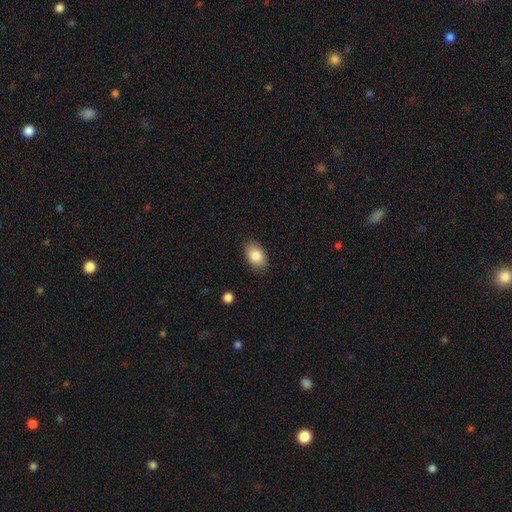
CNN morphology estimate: Smooth or featured: smooth — 85% (featured or disk — 8%)
How rounded: in between — 88% (round — 11%)
Merging: none — 85% (minor disturbance — 11%)